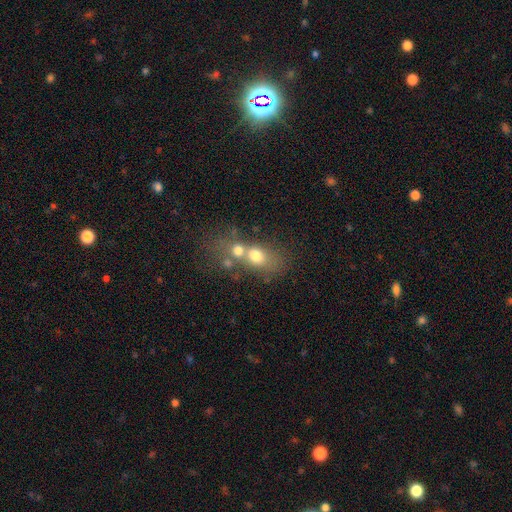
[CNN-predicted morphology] Smooth or featured? Predicted: smooth (p=0.63). How rounded? Predicted: in between (p=0.52). Merging? Predicted: merger (p=0.61).